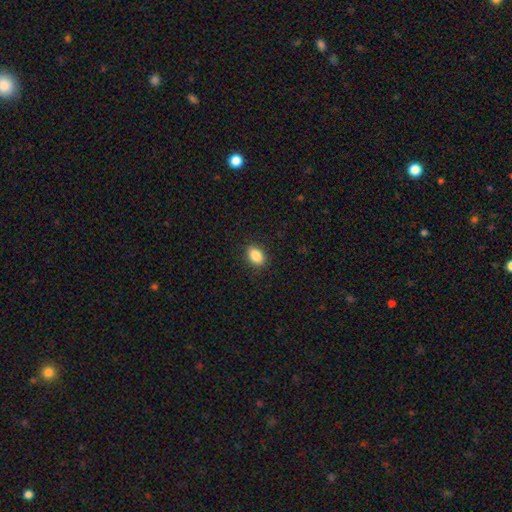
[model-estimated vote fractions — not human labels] Morphology: type=smooth (88%); roundness=in between (79%); merging=none (90%).